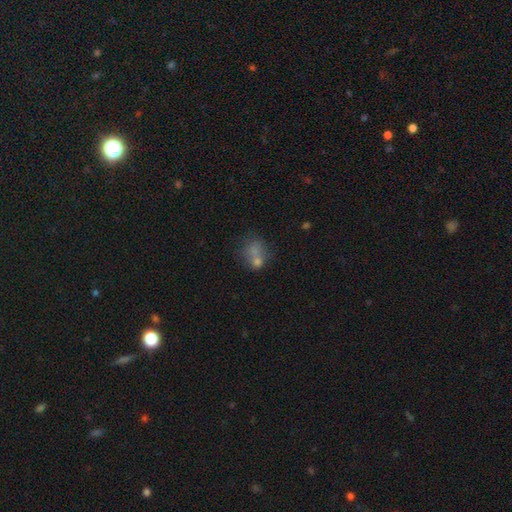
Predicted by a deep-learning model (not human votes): A smooth galaxy with no disk features (65%) that is round (52%). Merging: merger (43%).